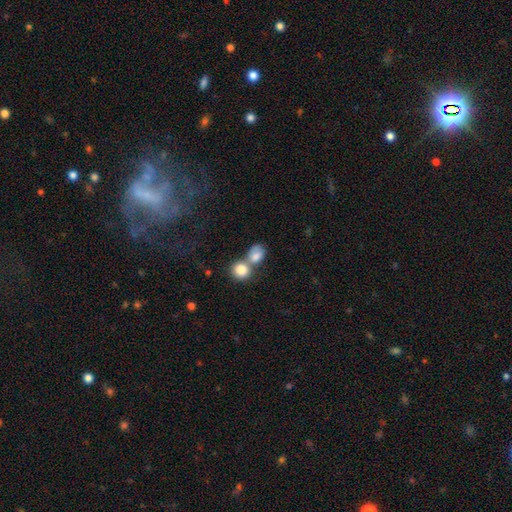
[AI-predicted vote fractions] smooth 80%, featured or disk 12%, star or artifact 9%. Down the decision tree: how rounded — in between (50%); merging — merger (60%).